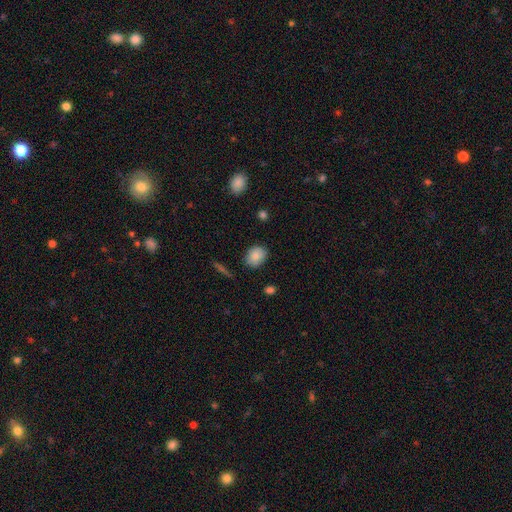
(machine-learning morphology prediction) The model was most divided on "how rounded": in between: 58%, round: 40%, cigar-shaped: 1%. More confident: smooth or featured — smooth (84%); merging — none (82%).